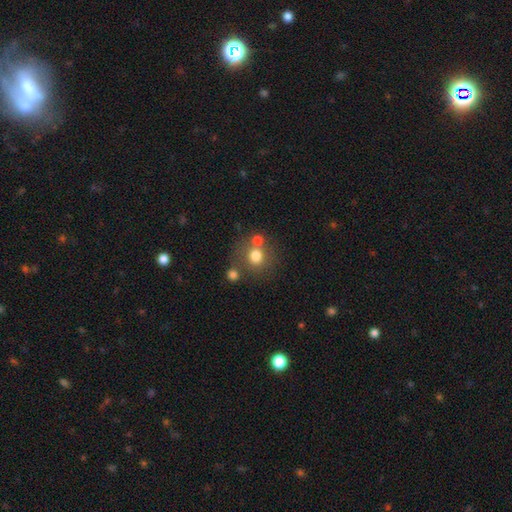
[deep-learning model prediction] Smooth or featured: smooth — 75% (featured or disk — 13%)
How rounded: round — 85% (in between — 14%)
Merging: none — 61% (merger — 23%)